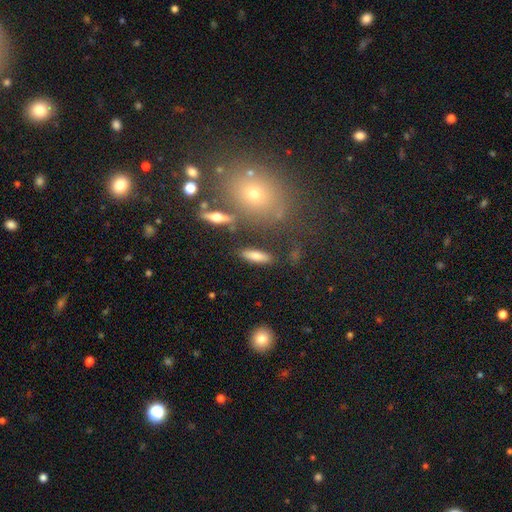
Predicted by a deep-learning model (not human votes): smooth 65%, featured or disk 23%, star or artifact 12%. Down the decision tree: how rounded — in between (47%, tied with cigar-shaped); merging — none (79%).